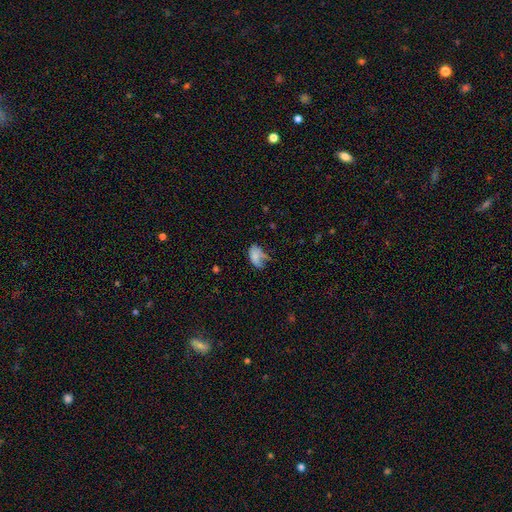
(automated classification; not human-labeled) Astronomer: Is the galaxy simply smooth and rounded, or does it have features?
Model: smooth — 71%.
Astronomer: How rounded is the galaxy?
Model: in between — 90%.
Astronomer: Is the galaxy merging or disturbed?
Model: none — 33%, tied with minor disturbance at 33%.